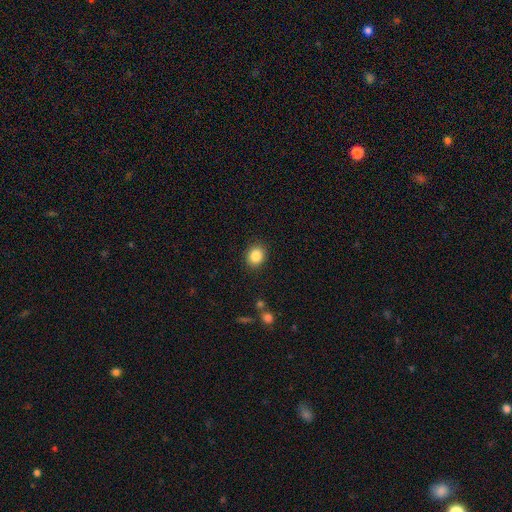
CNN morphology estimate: This is clearly a smooth galaxy (86%). How rounded: likely round (63%). Merging: clearly none (89%).